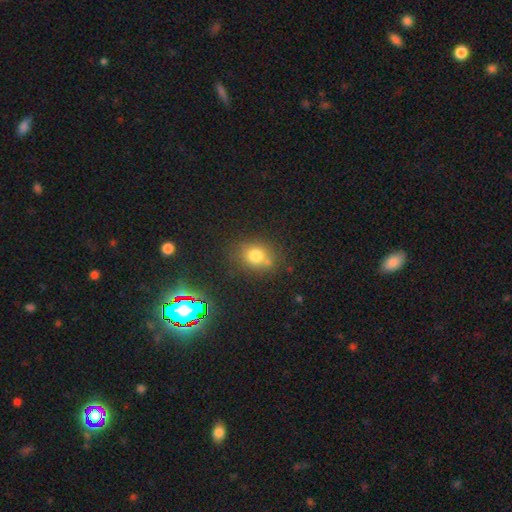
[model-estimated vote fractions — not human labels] Smooth or featured? smooth (75%)
How rounded? round (57%)
Merging? none (67%)